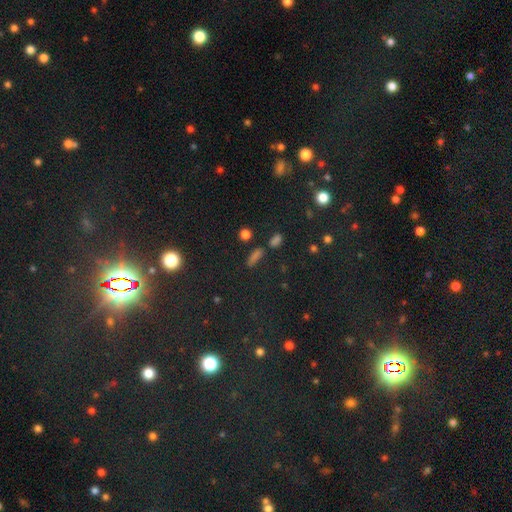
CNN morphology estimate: star or artifact 74%, smooth 18%, featured or disk 8%.